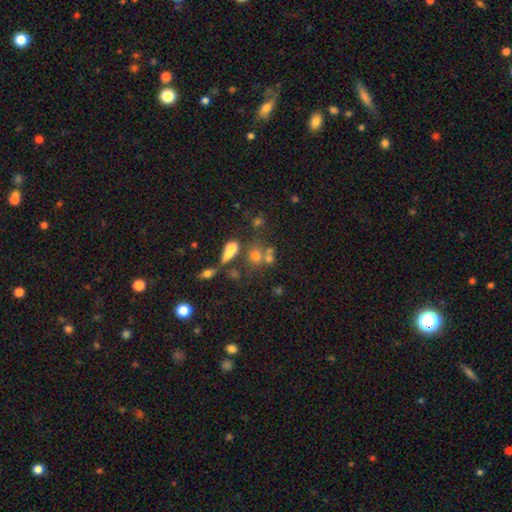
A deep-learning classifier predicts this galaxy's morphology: This appears to be a smooth galaxy with no disk features (50%). Merging: none (48%).